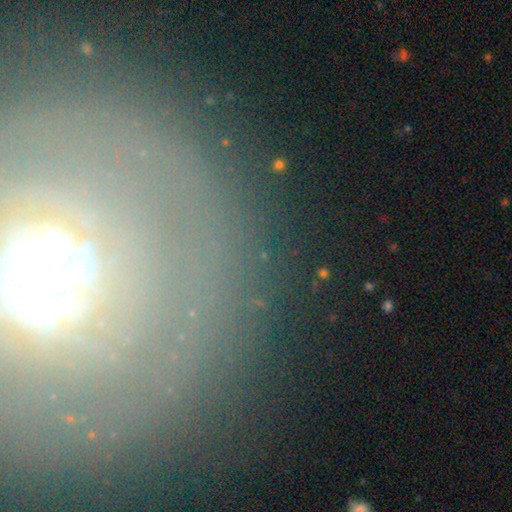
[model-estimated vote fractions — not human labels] smooth_or_featured: featured or disk (p=0.45) [alt: star or artifact p=0.31]
merging: none (p=0.79) [alt: minor disturbance p=0.11]